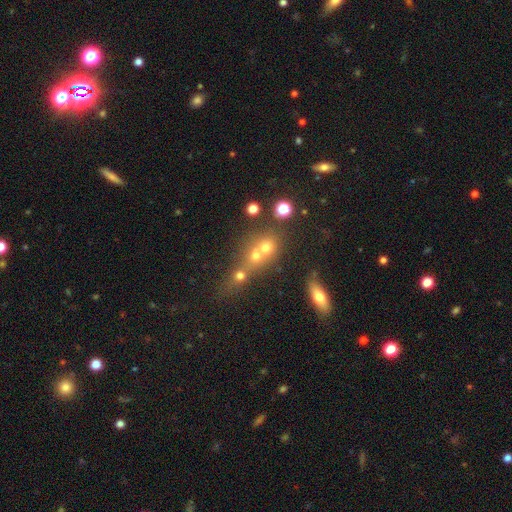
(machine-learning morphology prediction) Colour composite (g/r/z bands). It shows a smooth galaxy with no disk features (60%) that is round (72%). Merging: merger (54%).